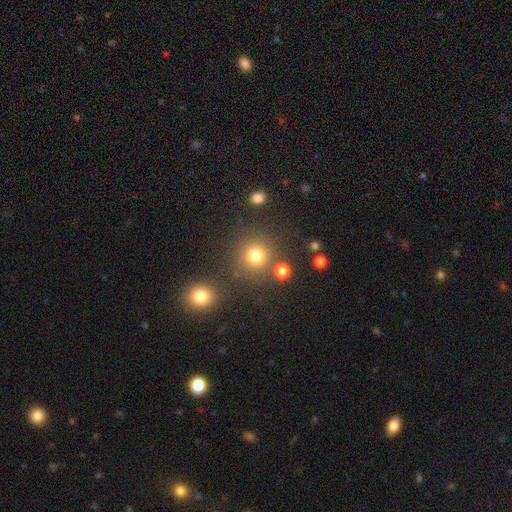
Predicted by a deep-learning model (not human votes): smooth 78%, star or artifact 16%, featured or disk 6%. Down the decision tree: how rounded — round (92%); merging — none (80%).